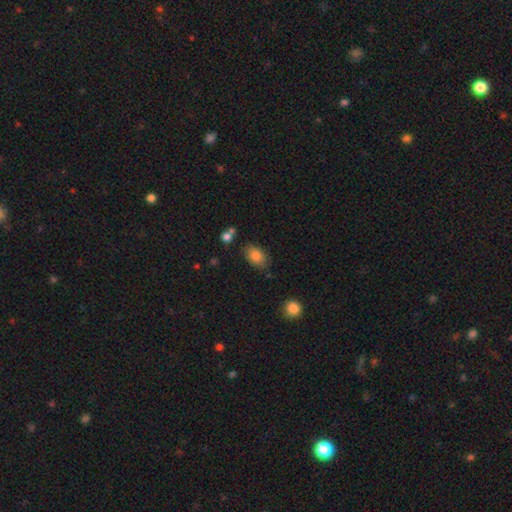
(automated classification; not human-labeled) Smooth or featured: smooth — 84% (featured or disk — 8%)
How rounded: in between — 87% (round — 12%)
Merging: none — 76% (minor disturbance — 16%)